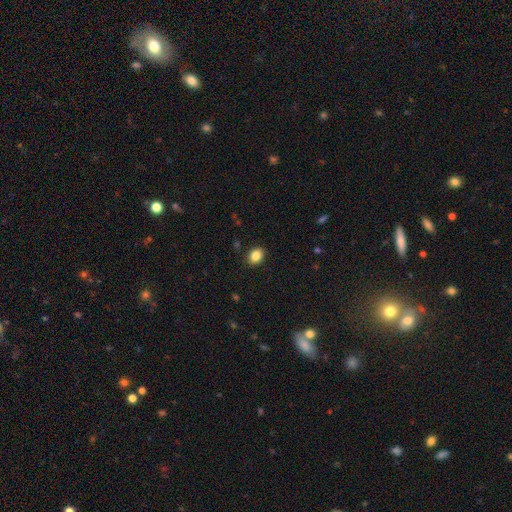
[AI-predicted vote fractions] A smooth galaxy with no disk features (86%) that is in between round and cigar-shaped (63%).

Vote fractions:
- Smooth or featured? smooth: 86% / star or artifact: 9% / featured or disk: 5%
- How rounded? in between: 63% / round: 36% / cigar-shaped: 1%
- Merging? none: 89% / minor disturbance: 8% / major disturbance: 2% / merger: 1%